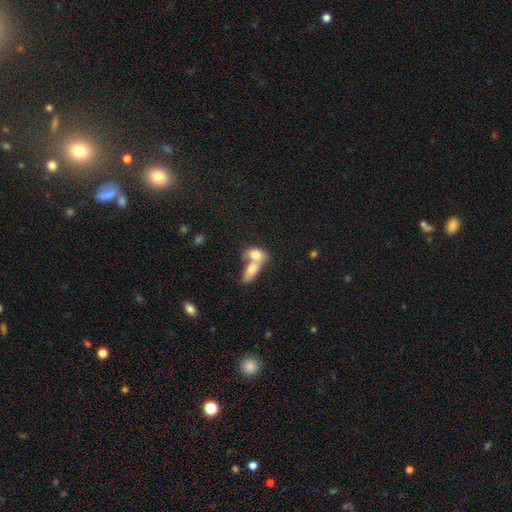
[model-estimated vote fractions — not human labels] Morphology: type=smooth (76%); roundness=in between (81%); merging=merger (73%).